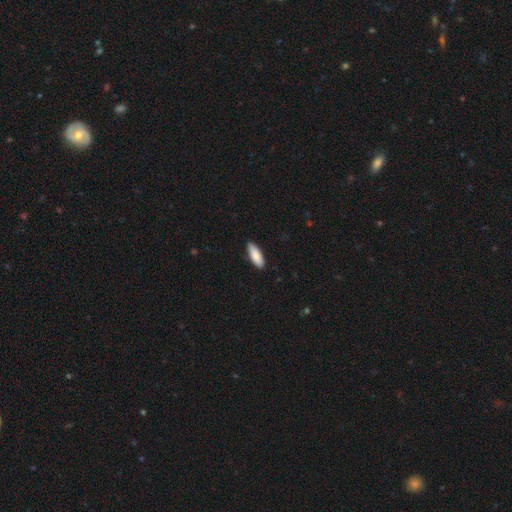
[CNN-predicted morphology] The model was most divided on "how rounded": in between: 68%, cigar-shaped: 31%, round: 2%. More confident: merging — none (88%); smooth or featured — smooth (86%).